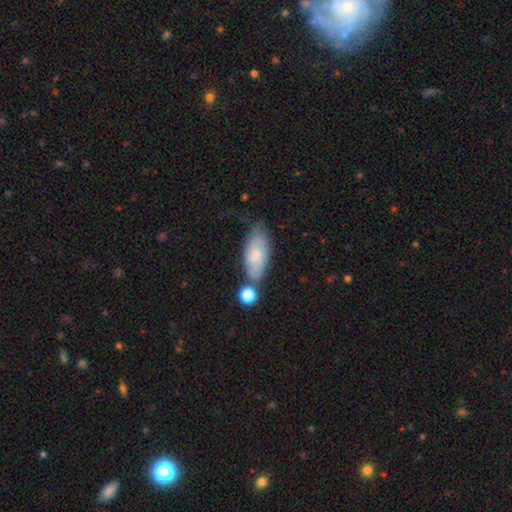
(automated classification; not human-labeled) Smooth or featured: smooth — 58% (featured or disk — 35%)
How rounded: in between — 83% (cigar-shaped — 13%)
Merging: none — 52% (minor disturbance — 26%)